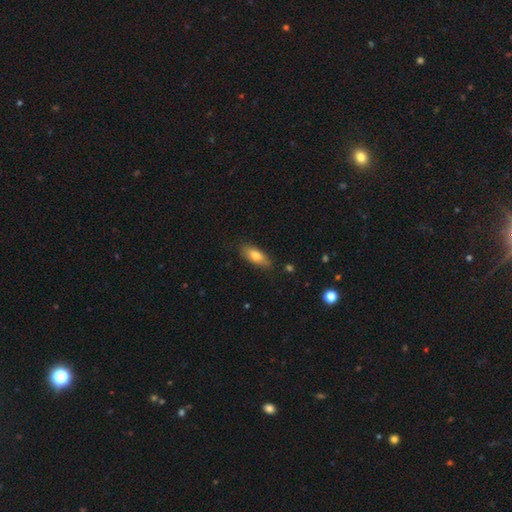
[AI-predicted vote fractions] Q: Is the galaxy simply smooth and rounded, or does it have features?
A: smooth — 75%.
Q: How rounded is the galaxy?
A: in between — 77%.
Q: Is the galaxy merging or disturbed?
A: none — 82%.